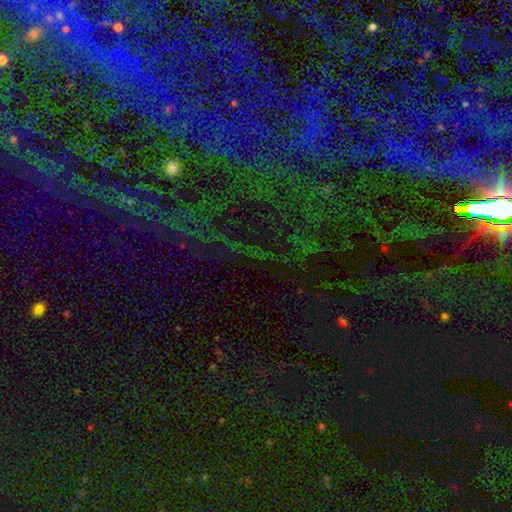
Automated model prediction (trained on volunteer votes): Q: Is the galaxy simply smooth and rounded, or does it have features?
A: star or artifact — 77%.